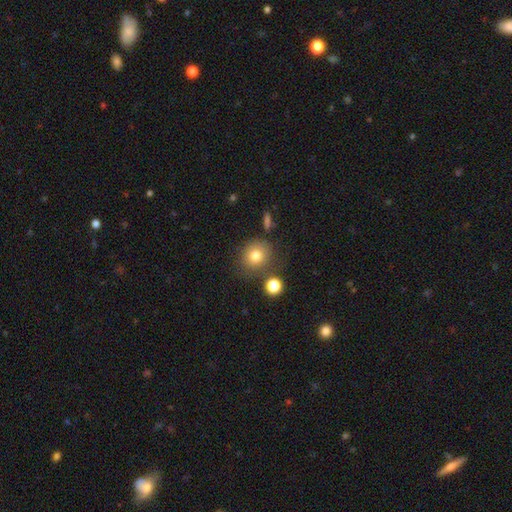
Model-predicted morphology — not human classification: This is likely a smooth galaxy (79%). How rounded: clearly round (81%). Merging: likely none (75%).